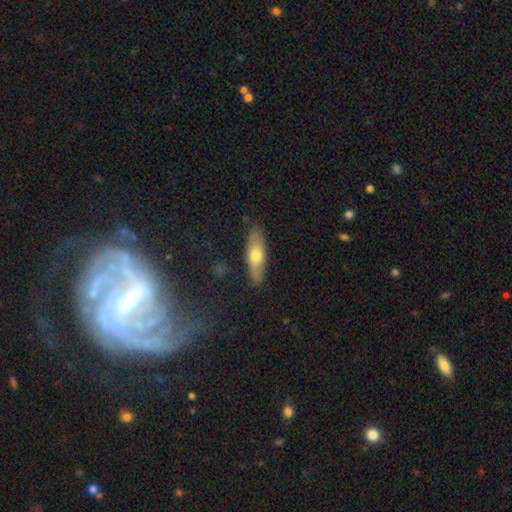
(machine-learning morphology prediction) A smooth galaxy with no disk features (61%) that is in between round and cigar-shaped (55%). Merging: none (81%).